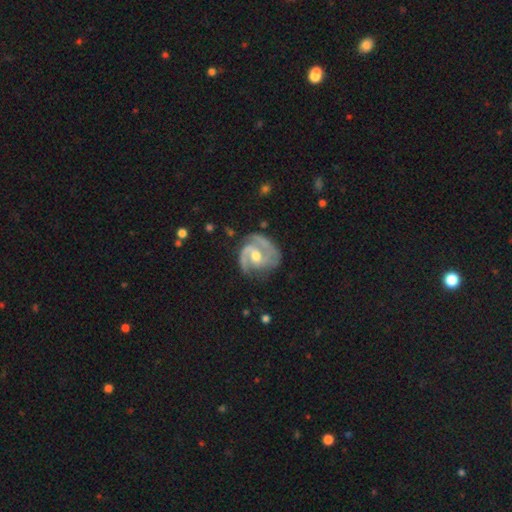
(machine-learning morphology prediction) Smooth or featured: featured or disk — 88% (smooth — 8%)
Edge-on disk: no — 98% (yes — 2%)
Bar: no — 45% (weak — 42%)
Spiral arms: yes — 96% (no — 4%)
Spiral winding: medium — 47% (tight — 40%)
Spiral arm count: 2 — 64% (3 — 14%)
Bulge size: moderate — 70% (small — 22%)
Merging: none — 60% (minor disturbance — 23%)